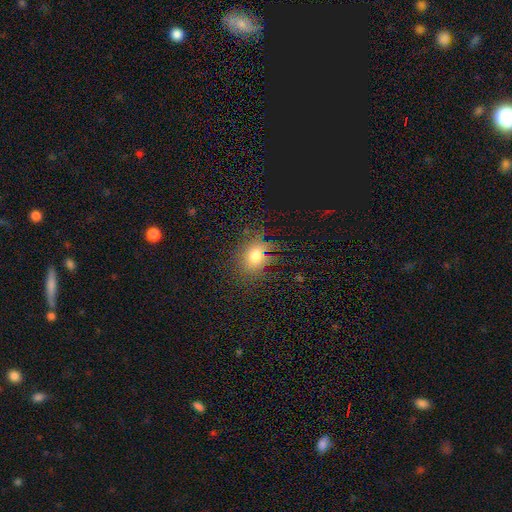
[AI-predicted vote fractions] Smooth or featured? smooth (70%)
How rounded? round (58%)
Merging? none (76%)